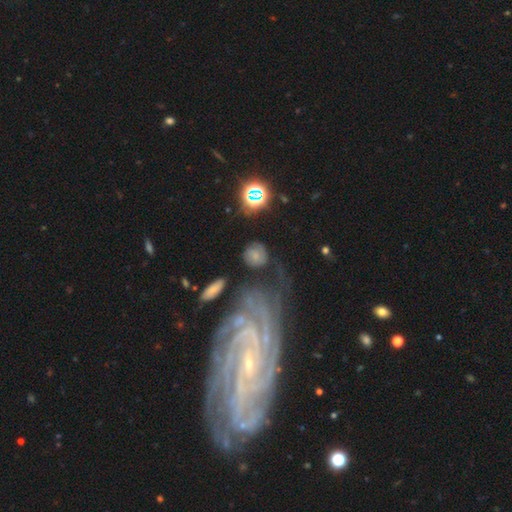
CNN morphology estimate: Overall: smooth (63%). How rounded: round (83%). Merging: none (69%).